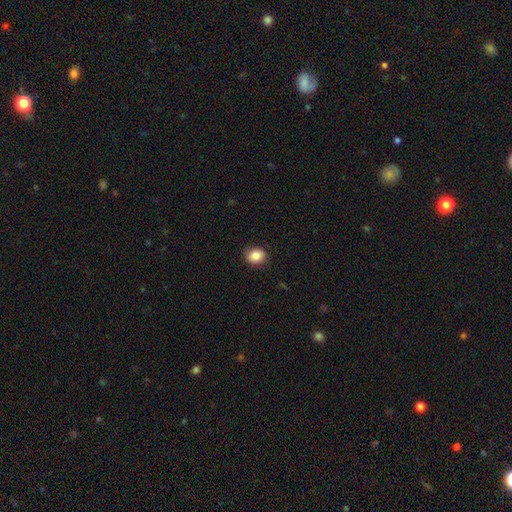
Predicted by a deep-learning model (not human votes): Smooth or featured: smooth — 86% (star or artifact — 9%)
How rounded: round — 56% (in between — 43%)
Merging: none — 88% (minor disturbance — 9%)